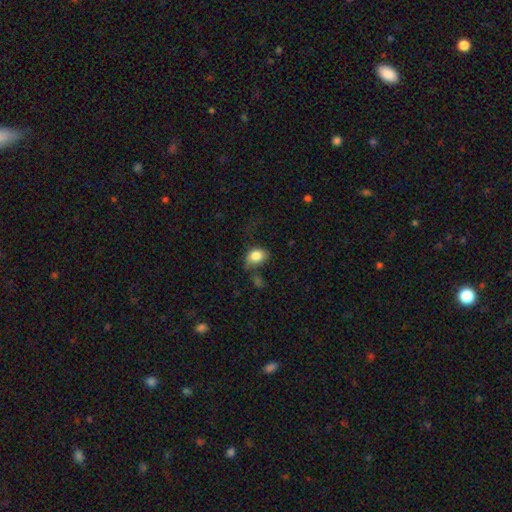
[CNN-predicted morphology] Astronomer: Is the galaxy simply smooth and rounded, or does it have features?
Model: smooth — 82%.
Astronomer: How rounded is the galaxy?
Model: in between — 67%.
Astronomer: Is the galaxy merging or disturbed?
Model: none — 44% (runner-up: minor disturbance, 32%).